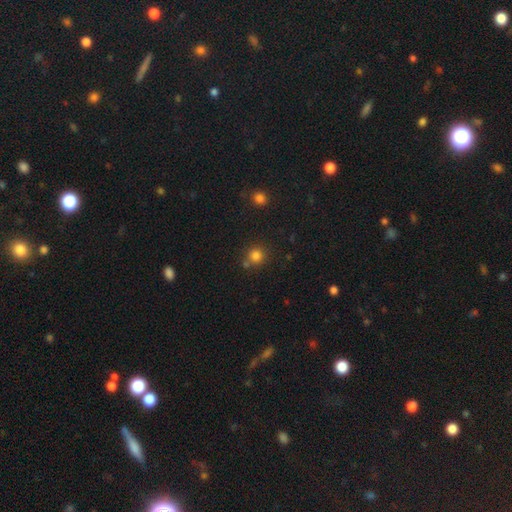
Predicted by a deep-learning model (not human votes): Smooth or featured?
  - smooth: 81% *
  - star or artifact: 14%
  - featured or disk: 6%
How rounded?
  - round: 91% *
  - in between: 8%
  - cigar-shaped: 1%
Merging?
  - none: 71% *
  - merger: 16%
  - minor disturbance: 9%
  - major disturbance: 3%